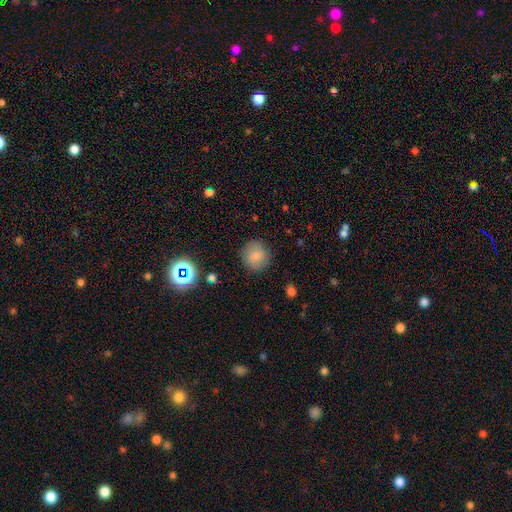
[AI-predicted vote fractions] smooth_or_featured: smooth (p=0.79) [alt: star or artifact p=0.11]
how_rounded: round (p=0.90) [alt: in between p=0.09]
merging: none (p=0.86) [alt: minor disturbance p=0.10]